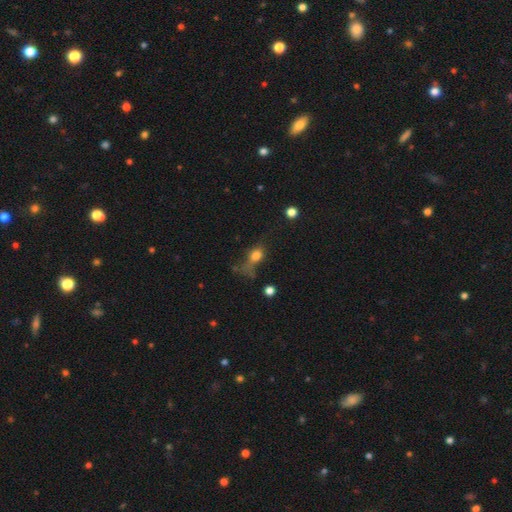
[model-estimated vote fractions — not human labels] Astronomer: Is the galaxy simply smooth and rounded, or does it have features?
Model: smooth — 72%.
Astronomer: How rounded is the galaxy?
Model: in between — 50% (runner-up: round, 44%).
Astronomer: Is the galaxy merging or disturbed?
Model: major disturbance — 35% (runner-up: none, 32%).